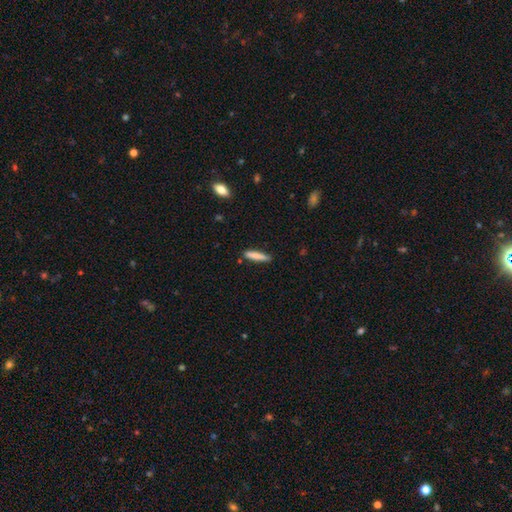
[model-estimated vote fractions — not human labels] This appears to be a smooth galaxy with no disk features (82%) that is cigar-shaped (87%). Merging: none (85%).